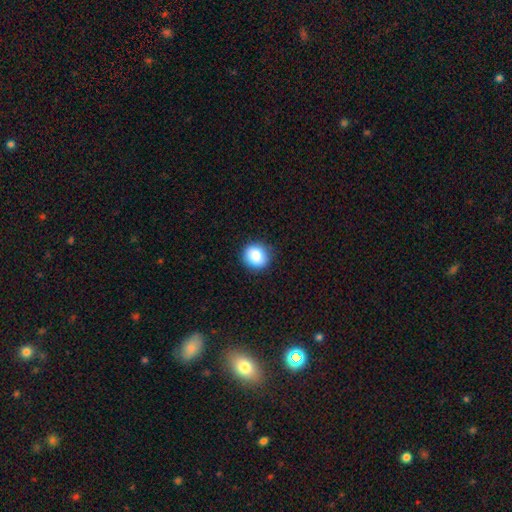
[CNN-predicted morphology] smooth 86%, star or artifact 9%, featured or disk 5%. Down the decision tree: how rounded — round (82%); merging — none (88%).